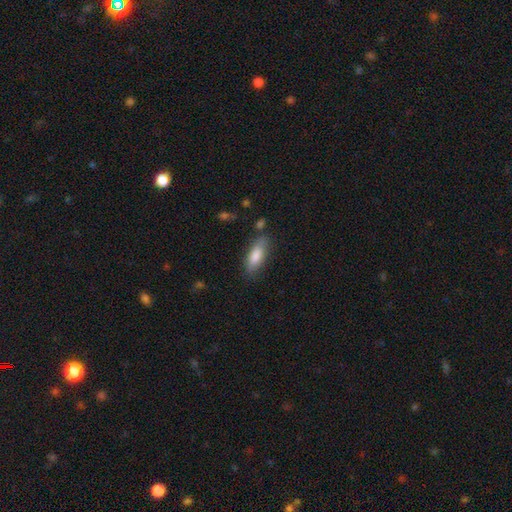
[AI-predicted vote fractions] Smooth or featured?
  - smooth: 81% *
  - featured or disk: 13%
  - star or artifact: 6%
How rounded?
  - in between: 71% *
  - cigar-shaped: 27%
  - round: 2%
Merging?
  - none: 76% *
  - minor disturbance: 17%
  - major disturbance: 4%
  - merger: 3%